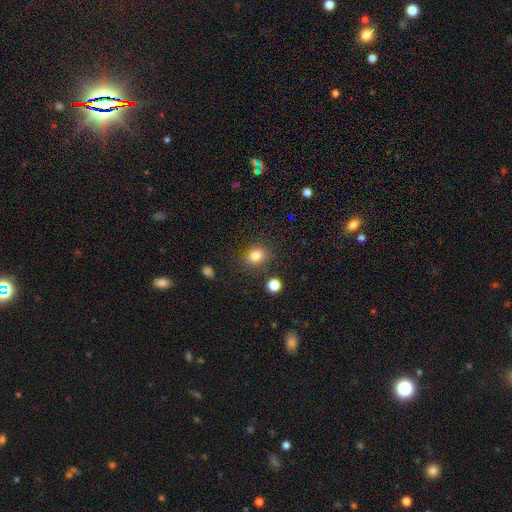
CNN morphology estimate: A smooth galaxy with no disk features (82%) that is round (71%).

Vote fractions:
- Smooth or featured? smooth: 82% / star or artifact: 12% / featured or disk: 6%
- How rounded? round: 71% / in between: 28% / cigar-shaped: 1%
- Merging? none: 81% / minor disturbance: 12% / major disturbance: 4% / merger: 3%